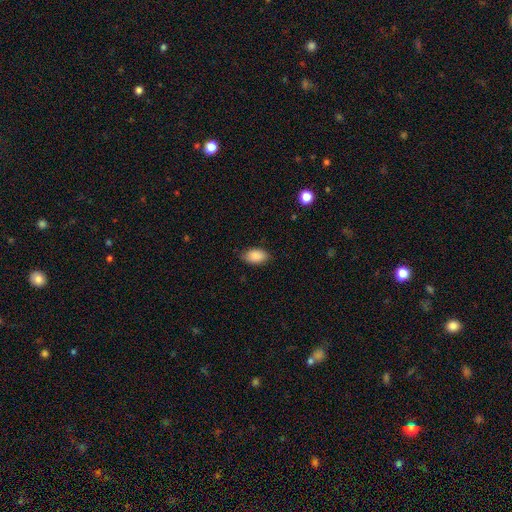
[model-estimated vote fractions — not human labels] This appears to be a smooth galaxy with no disk features (88%) that is in between round and cigar-shaped (93%). Merging: none (82%).